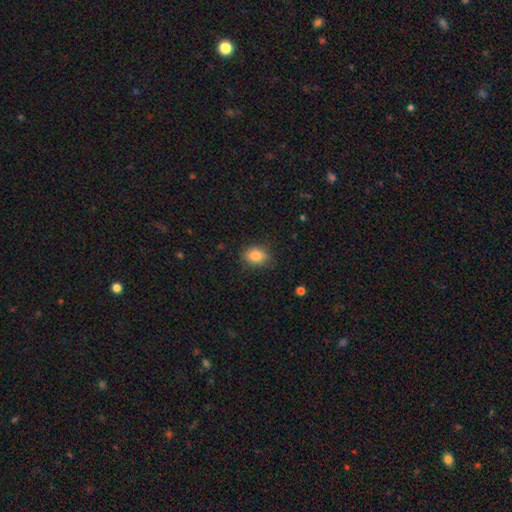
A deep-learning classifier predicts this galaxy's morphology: A smooth galaxy with no disk features (84%) that is in between round and cigar-shaped (62%). Merging: none (79%).